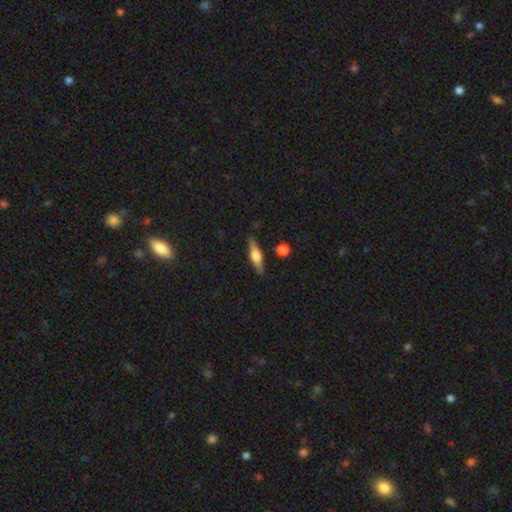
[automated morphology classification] A featured or disk galaxy (65%) viewed edge-on (96%) with a rounded central bulge (90%). Merging: none (86%).